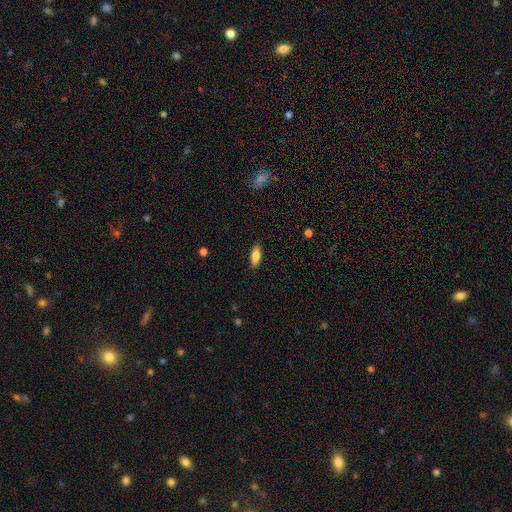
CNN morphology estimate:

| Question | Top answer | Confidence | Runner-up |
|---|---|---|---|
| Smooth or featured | smooth | 78% | featured or disk (16%) |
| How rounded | in between | 75% | cigar-shaped (23%) |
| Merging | none | 88% | minor disturbance (9%) |